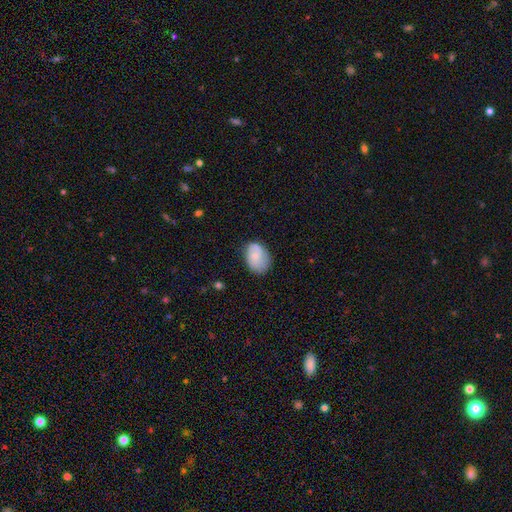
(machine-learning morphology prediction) type=smooth (67%); roundness=in between (82%); merging=none (57%).